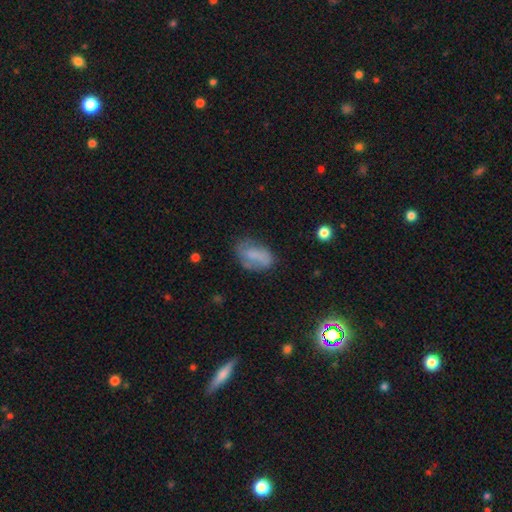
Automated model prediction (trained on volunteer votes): A smooth galaxy with no disk features (66%) that is in between round and cigar-shaped (89%).

Vote fractions:
- Smooth or featured? smooth: 66% / featured or disk: 25% / star or artifact: 10%
- How rounded? in between: 89% / round: 8% / cigar-shaped: 3%
- Merging? none: 54% / minor disturbance: 28% / major disturbance: 13% / merger: 4%